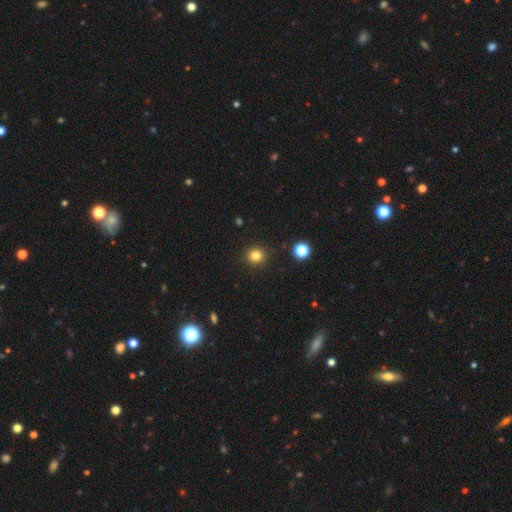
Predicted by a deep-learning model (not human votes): smooth_or_featured: smooth (p=0.82) [alt: star or artifact p=0.13]
how_rounded: round (p=0.90) [alt: in between p=0.09]
merging: none (p=0.91) [alt: minor disturbance p=0.06]